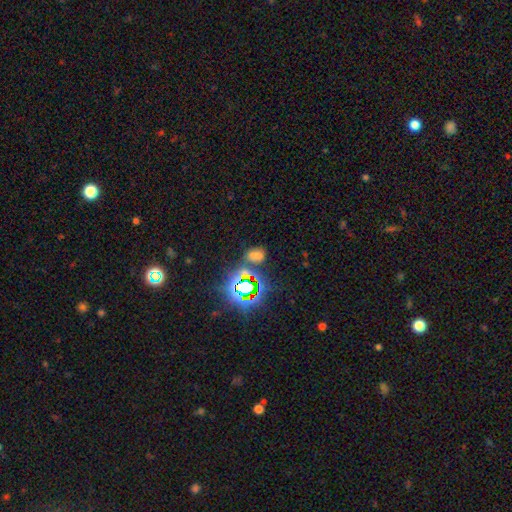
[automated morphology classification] Q: Smooth or featured?
A: smooth (45%); tied with: star or artifact (45%)
Q: Merging?
A: none (54%); runner-up: merger (24%)